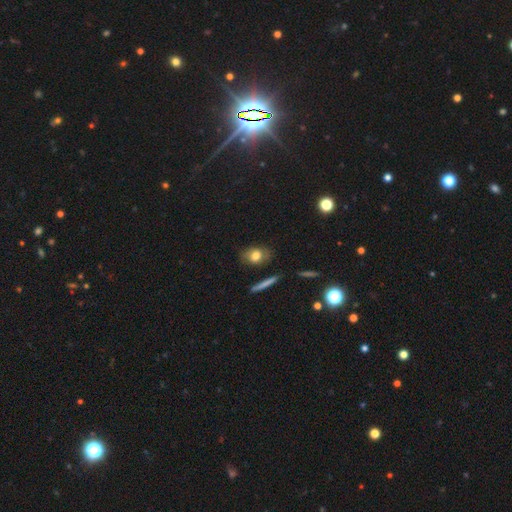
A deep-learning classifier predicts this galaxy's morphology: This is likely a smooth galaxy (72%). How rounded: likely in between (63%). Merging: likely none (75%).